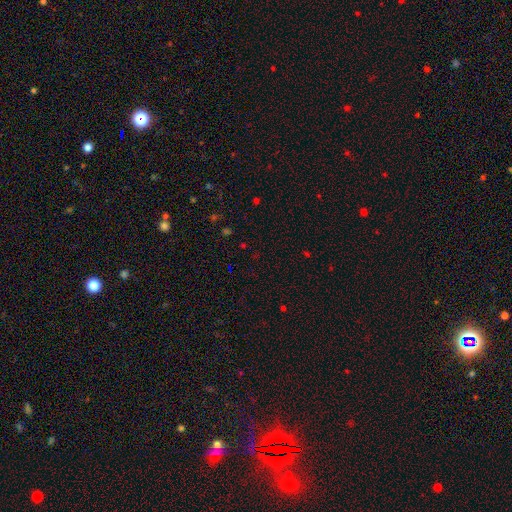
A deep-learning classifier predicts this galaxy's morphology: type=star or artifact (69%).